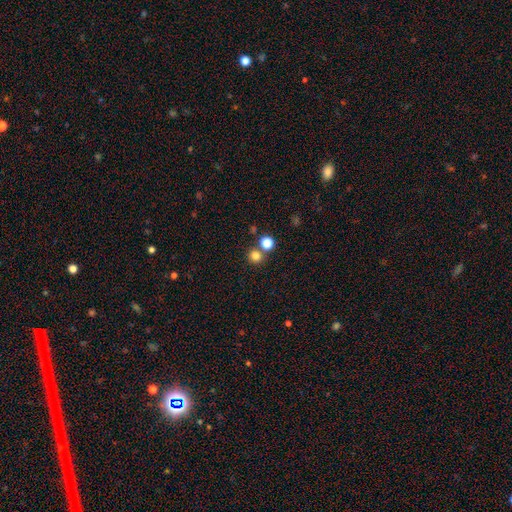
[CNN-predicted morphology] Q: Smooth or featured?
A: smooth (80%); runner-up: star or artifact (15%)
Q: How rounded?
A: round (92%); runner-up: in between (7%)
Q: Merging?
A: none (73%); runner-up: merger (19%)